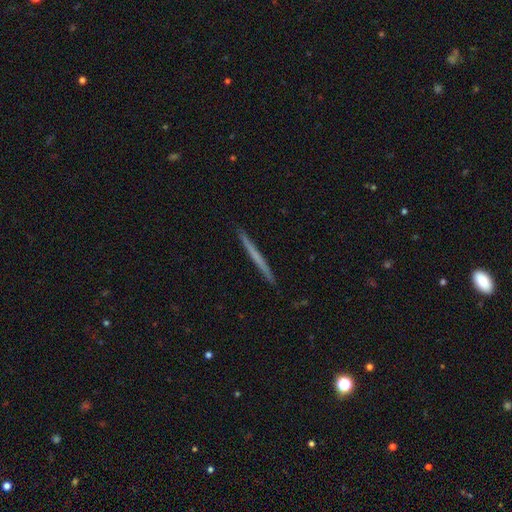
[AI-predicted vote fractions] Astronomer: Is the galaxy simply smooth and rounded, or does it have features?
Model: smooth — 48% (runner-up: featured or disk, 46%).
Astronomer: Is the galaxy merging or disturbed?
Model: none — 93%.